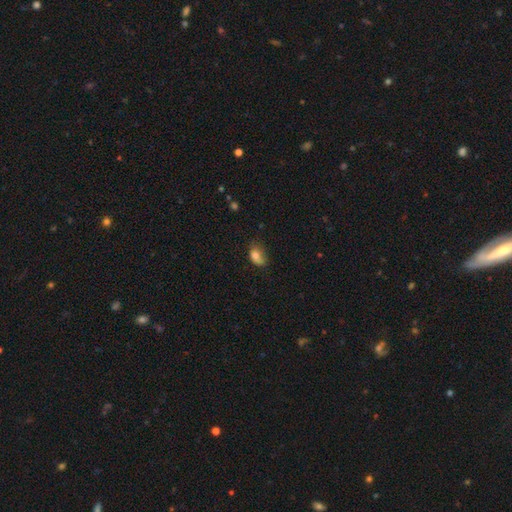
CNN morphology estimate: Smooth or featured?
  - smooth: 74% *
  - featured or disk: 16%
  - star or artifact: 10%
How rounded?
  - in between: 80% *
  - round: 18%
  - cigar-shaped: 2%
Merging?
  - none: 47% *
  - minor disturbance: 36%
  - major disturbance: 14%
  - merger: 3%